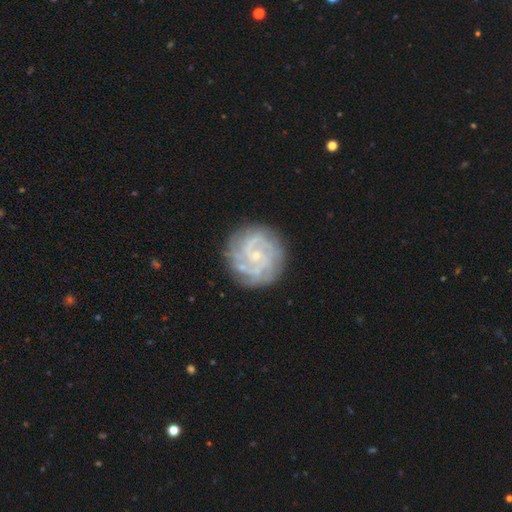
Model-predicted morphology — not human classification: featured or disk 83%, smooth 10%, star or artifact 7%. Down the decision tree: edge-on disk — no (98%); bar — no (70%); spiral arms — yes (95%); spiral arm count — can't tell (27%); spiral winding — tight (67%); bulge size — small (79%); merging — none (82%).